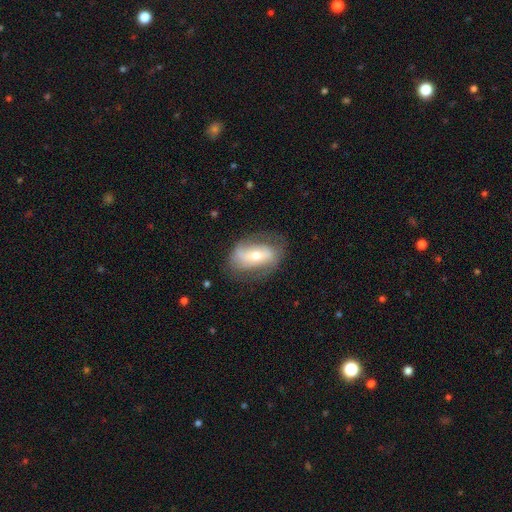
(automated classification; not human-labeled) Smooth or featured: featured or disk — 67% (smooth — 26%)
Edge-on disk: no — 92% (yes — 8%)
Bar: strong — 41% (weak — 32%)
Spiral arms: yes — 79% (no — 21%)
Bulge size: moderate — 50% (small — 44%)
Merging: none — 68% (minor disturbance — 21%)